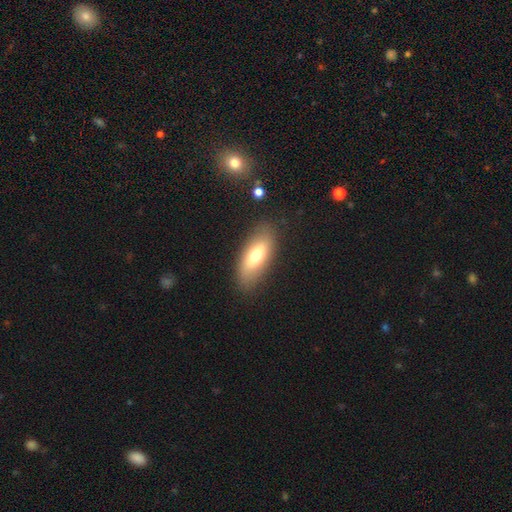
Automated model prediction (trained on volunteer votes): Overall: smooth (70%). How rounded: in between (78%). Merging: none (82%).